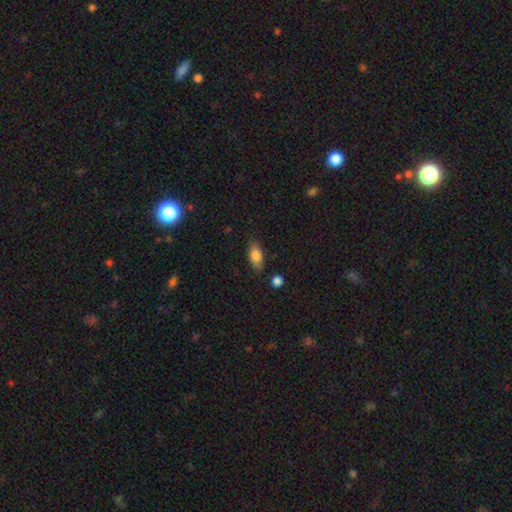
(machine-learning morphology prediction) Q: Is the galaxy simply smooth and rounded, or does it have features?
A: smooth — 81%.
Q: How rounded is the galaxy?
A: in between — 84%.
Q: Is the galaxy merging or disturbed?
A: none — 81%.